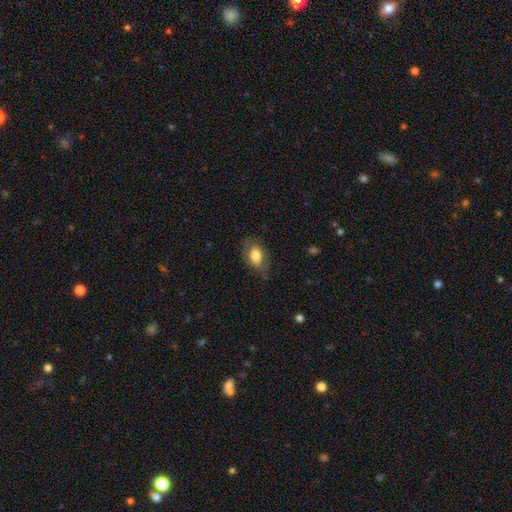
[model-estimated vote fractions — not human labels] Q: Smooth or featured?
A: smooth (79%); runner-up: featured or disk (14%)
Q: How rounded?
A: in between (88%); runner-up: round (11%)
Q: Merging?
A: none (77%); runner-up: minor disturbance (17%)